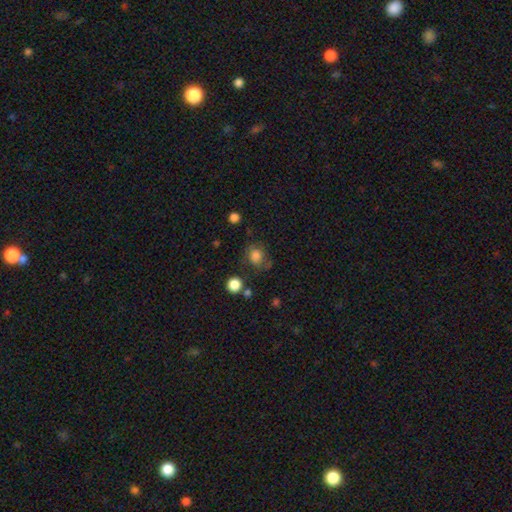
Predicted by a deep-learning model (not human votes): Smooth or featured: smooth — 75% (featured or disk — 13%)
How rounded: round — 72% (in between — 27%)
Merging: none — 63% (minor disturbance — 21%)